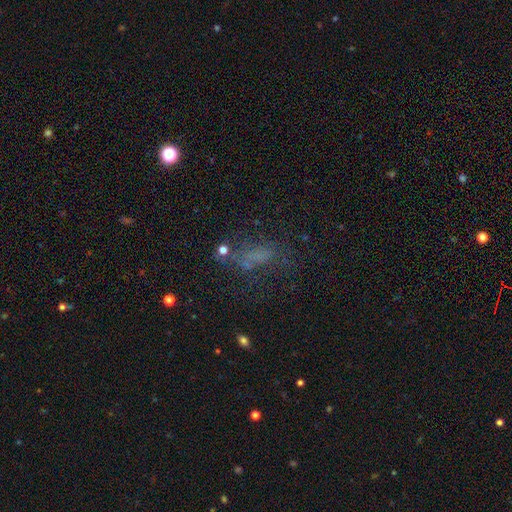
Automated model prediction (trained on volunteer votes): smooth_or_featured: smooth (p=0.45) [alt: star or artifact p=0.29]
merging: none (p=0.48) [alt: major disturbance p=0.25]